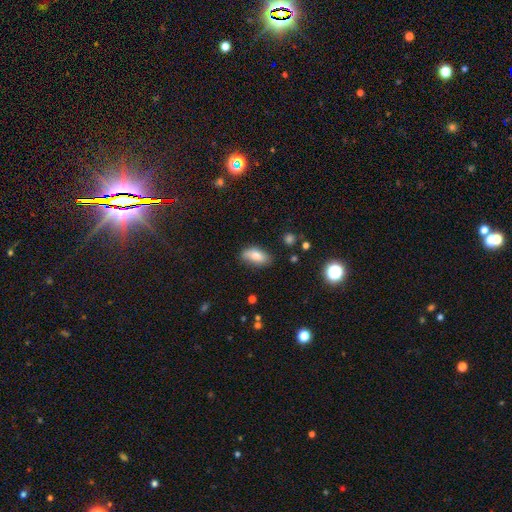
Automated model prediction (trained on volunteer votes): Smooth or featured? Predicted: smooth (p=0.77). How rounded? Predicted: in between (p=0.89). Merging? Predicted: none (p=0.77).